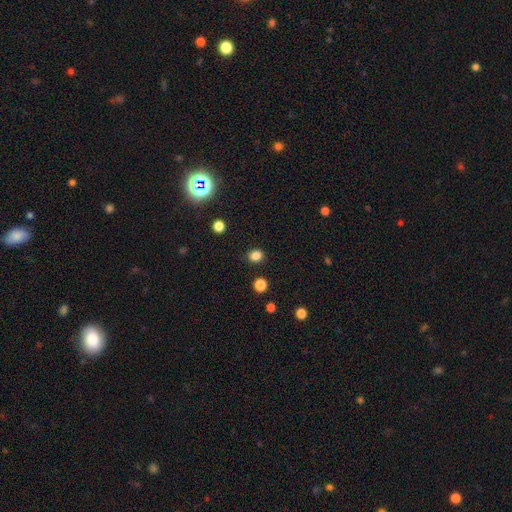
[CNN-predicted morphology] Q: Smooth or featured?
A: smooth (83%); runner-up: star or artifact (13%)
Q: How rounded?
A: round (67%); runner-up: in between (32%)
Q: Merging?
A: none (88%); runner-up: minor disturbance (8%)